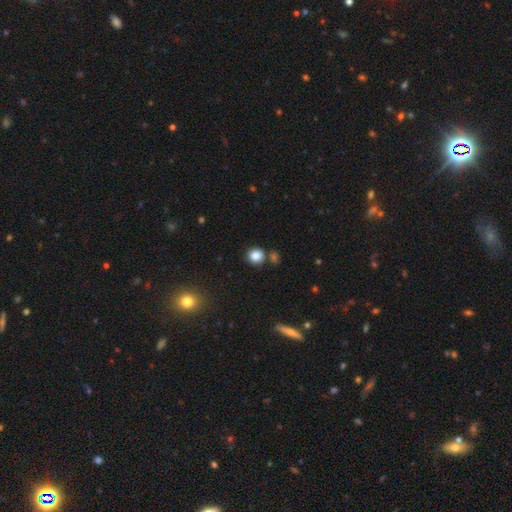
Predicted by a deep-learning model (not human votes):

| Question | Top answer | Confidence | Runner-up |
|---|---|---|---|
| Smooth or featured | smooth | 84% | star or artifact (11%) |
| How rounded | round | 85% | in between (14%) |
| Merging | none | 76% | merger (11%) |